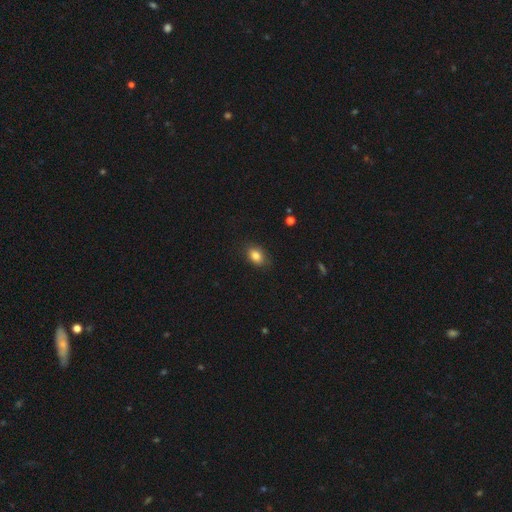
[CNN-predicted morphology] This appears to be a smooth galaxy with no disk features (83%) that is in between round and cigar-shaped (77%). Merging: none (83%).